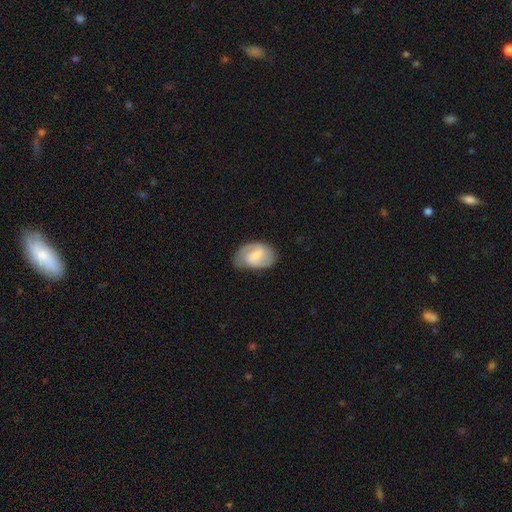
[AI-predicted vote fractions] This is likely a featured or disk galaxy (61%). It is clearly not viewed edge-on (97%). Bar: possibly weak (56%). Spiral arm pattern: clearly yes (88%). Spiral arm count: likely 2 (76%). Spiral winding: possibly medium (47%). Central bulge: marginally small (39%). Merging: likely none (65%).